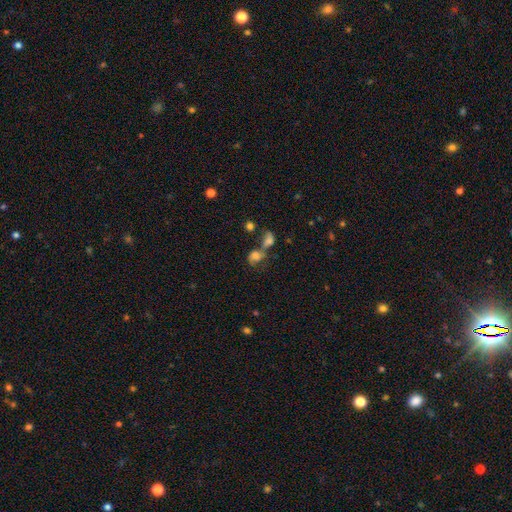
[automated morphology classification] A smooth galaxy with no disk features (56%) that is in between round and cigar-shaped (59%).

Vote fractions:
- Smooth or featured? smooth: 56% / featured or disk: 28% / star or artifact: 16%
- How rounded? in between: 59% / round: 38% / cigar-shaped: 3%
- Merging? merger: 58% / none: 19% / major disturbance: 13% / minor disturbance: 9%